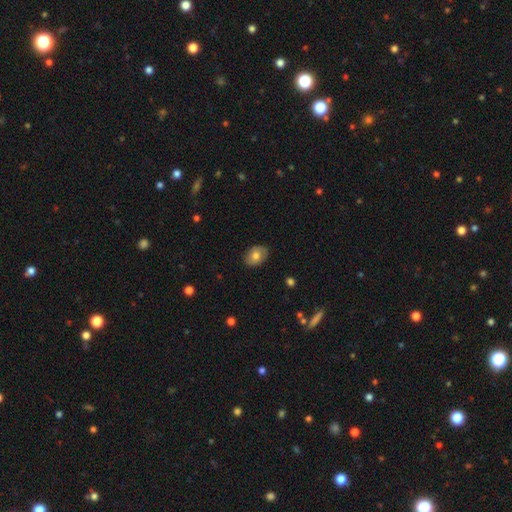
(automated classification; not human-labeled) Morphology: type=smooth (73%); roundness=in between (73%); merging=none (85%).